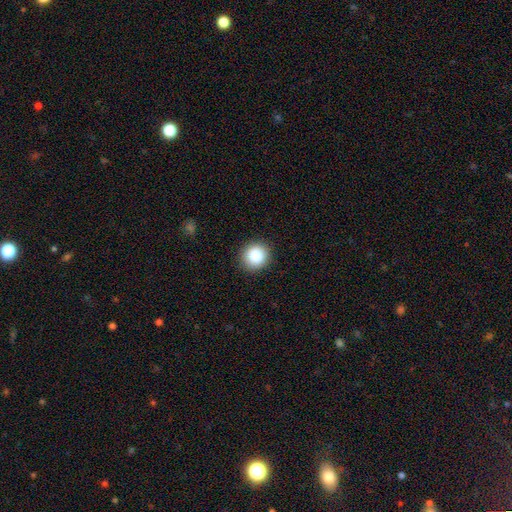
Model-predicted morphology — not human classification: Smooth or featured? smooth (86%)
How rounded? round (89%)
Merging? none (91%)